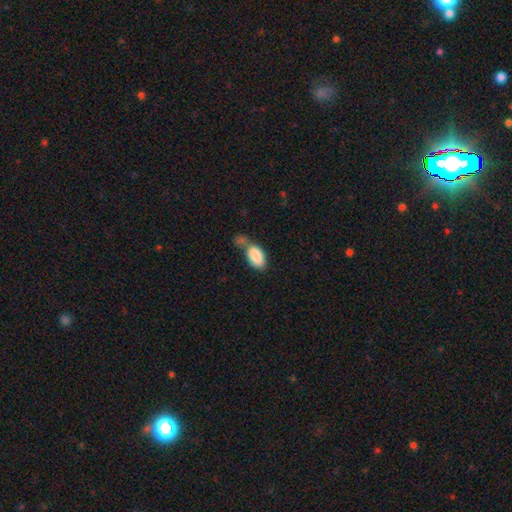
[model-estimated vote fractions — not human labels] Q: Smooth or featured?
A: smooth (87%); runner-up: star or artifact (7%)
Q: How rounded?
A: in between (94%); runner-up: round (4%)
Q: Merging?
A: merger (38%); runner-up: none (37%)